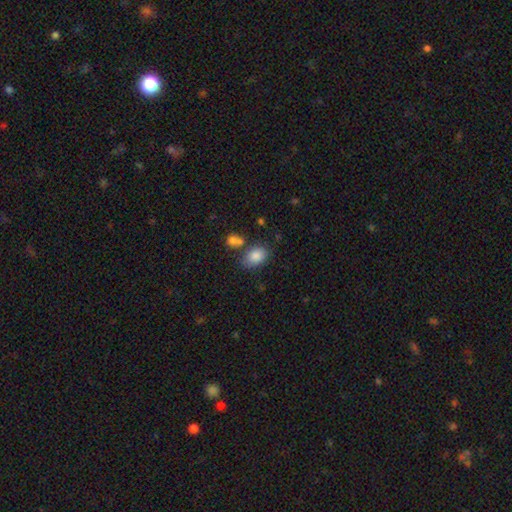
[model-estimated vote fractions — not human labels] The model was most divided on "merging": none: 65%, minor disturbance: 16%, merger: 14%, major disturbance: 5%. More confident: smooth or featured — smooth (85%); how rounded — in between (76%).